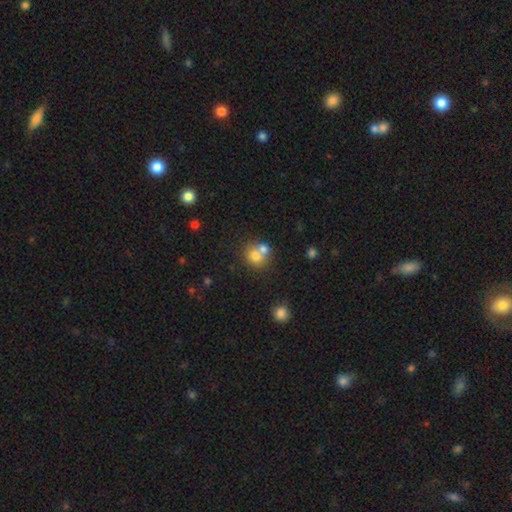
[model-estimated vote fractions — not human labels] Smooth or featured: smooth — 72% (featured or disk — 16%)
How rounded: round — 81% (in between — 18%)
Merging: merger — 47% (none — 42%)